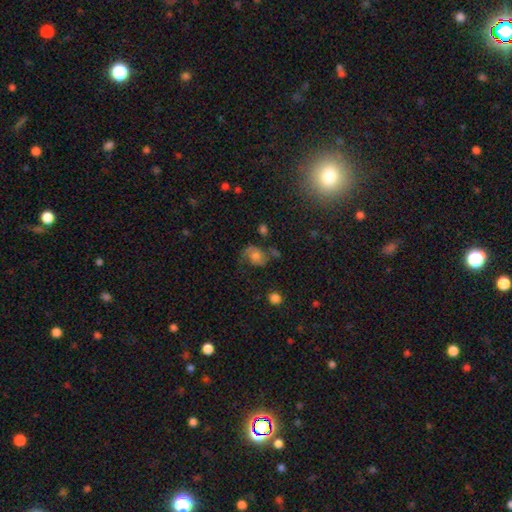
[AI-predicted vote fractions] smooth_or_featured: featured or disk (p=0.53) [alt: smooth p=0.35]
disk_edge_on: no (p=0.97) [alt: yes p=0.03]
bar: no (p=0.76) [alt: weak p=0.20]
has_spiral_arms: yes (p=0.85) [alt: no p=0.15]
bulge_size: moderate (p=0.54) [alt: small p=0.28]
merging: none (p=0.47) [alt: minor disturbance p=0.25]